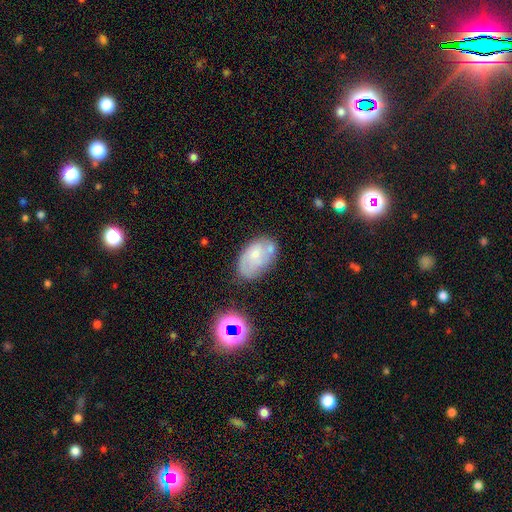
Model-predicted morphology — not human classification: A smooth galaxy with no disk features (47%). Merging: none (53%).